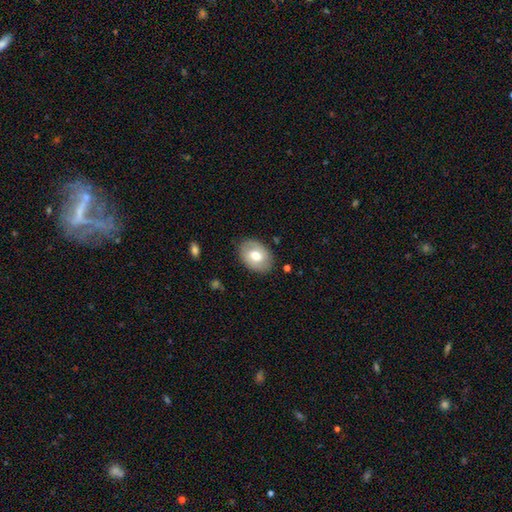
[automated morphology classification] A smooth galaxy with no disk features (69%) that is in between round and cigar-shaped (76%). Merging: none (84%).